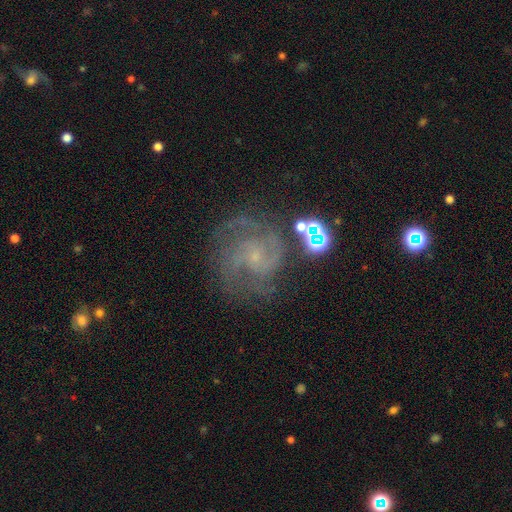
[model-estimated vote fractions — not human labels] Overall: featured or disk (81%). Edge-on disk: no (98%). Bar: no (62%; weak 31%). Spiral arms: yes (95%). Spiral arm count: 2 (29%; 3 28%). Spiral winding: medium (45%, tied with tight). Bulge size: small (78%). Merging: none (67%).